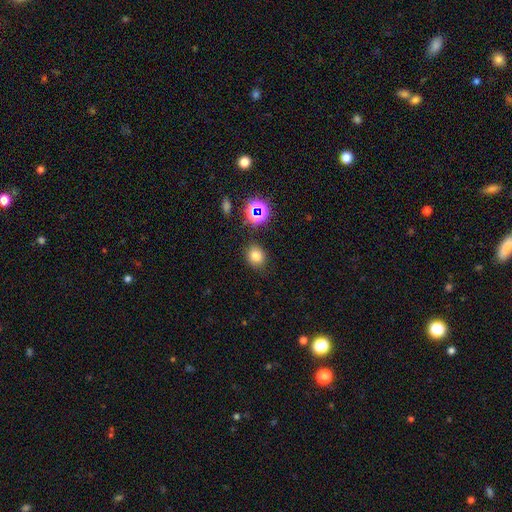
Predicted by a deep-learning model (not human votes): Smooth or featured? Predicted: smooth (p=0.74). How rounded? Predicted: round (p=0.64). Merging? Predicted: none (p=0.82).